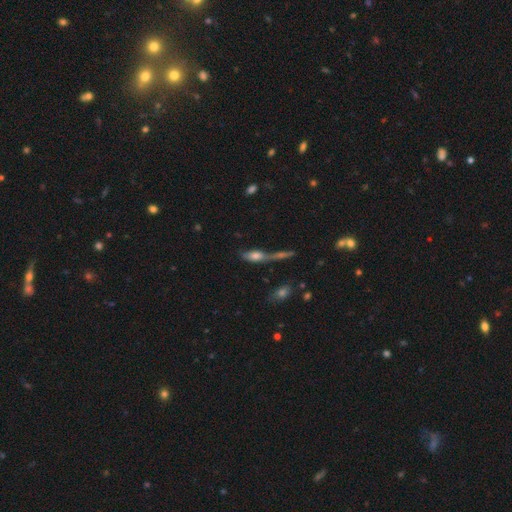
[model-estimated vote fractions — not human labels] The model was most divided on "merging": merger: 45%, none: 33%, minor disturbance: 13%, major disturbance: 10%. More confident: smooth or featured — smooth (60%); how rounded — in between (60%).